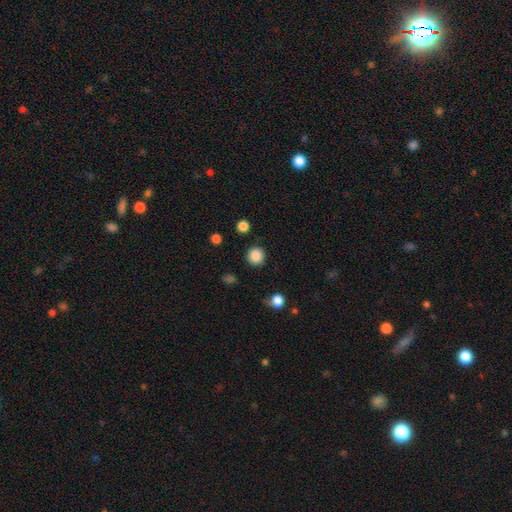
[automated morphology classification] Smooth or featured? Predicted: smooth (p=0.87). How rounded? Predicted: round (p=0.94). Merging? Predicted: none (p=0.90).